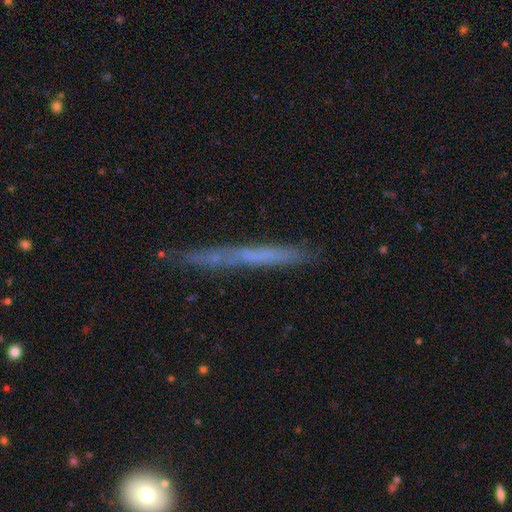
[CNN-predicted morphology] Overall: featured or disk (47%; smooth 44%). Merging: none (78%).